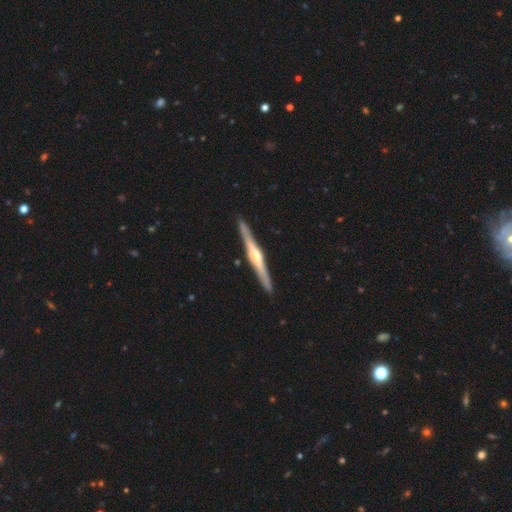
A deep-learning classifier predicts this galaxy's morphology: The model was most divided on "smooth or featured": featured or disk: 76%, smooth: 19%, star or artifact: 5%. More confident: edge-on disk — yes (98%); merging — none (91%); edge-on bulge — rounded (81%).